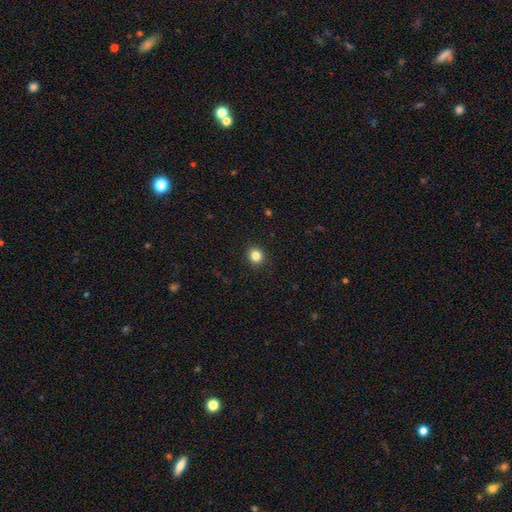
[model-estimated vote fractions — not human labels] Smooth or featured: smooth — 84% (star or artifact — 12%)
How rounded: round — 85% (in between — 14%)
Merging: none — 92% (minor disturbance — 5%)